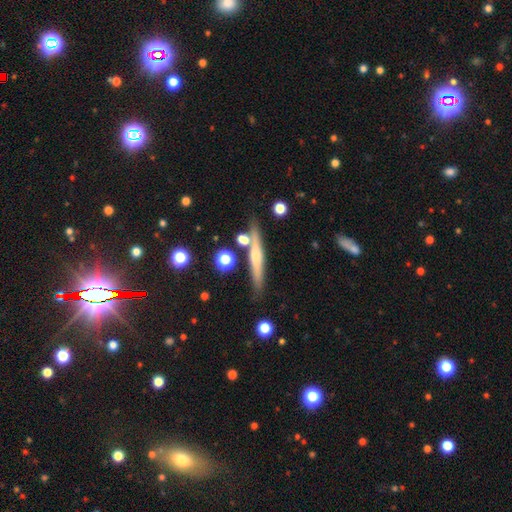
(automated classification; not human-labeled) Smooth or featured? Predicted: featured or disk (p=0.55). Edge-on disk? Predicted: yes (p=0.94). Edge-on bulge? Predicted: rounded (p=0.72). Merging? Predicted: none (p=0.78).